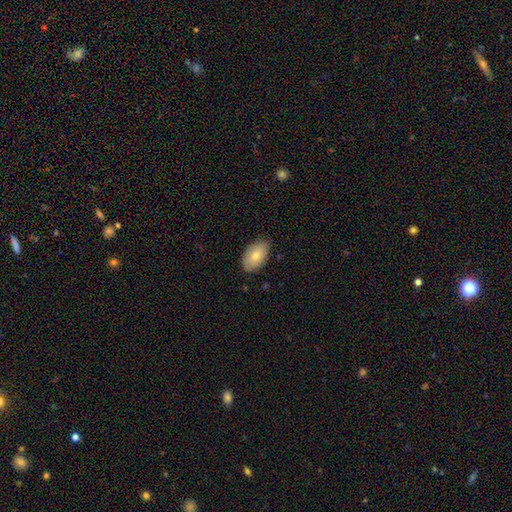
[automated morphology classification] Smooth or featured? smooth (76%)
How rounded? in between (92%)
Merging? none (78%)